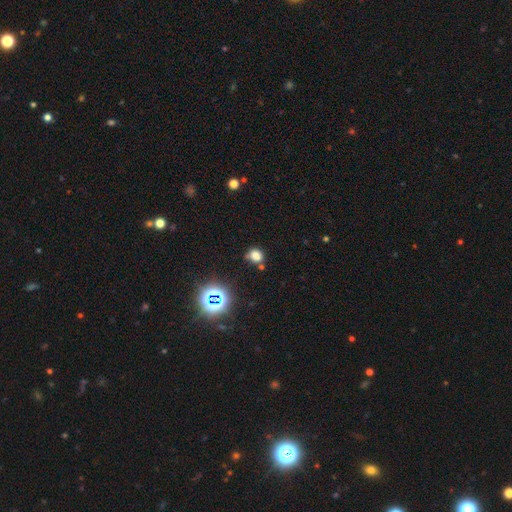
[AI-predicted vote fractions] Smooth or featured?
  - smooth: 73% *
  - star or artifact: 20%
  - featured or disk: 7%
How rounded?
  - round: 69% *
  - in between: 30%
  - cigar-shaped: 1%
Merging?
  - none: 66% *
  - minor disturbance: 19%
  - merger: 10%
  - major disturbance: 5%